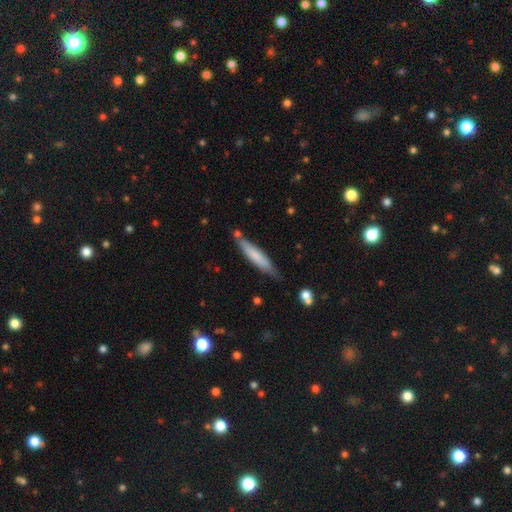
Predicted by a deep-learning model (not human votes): Q: Smooth or featured?
A: smooth (69%); runner-up: featured or disk (25%)
Q: How rounded?
A: cigar-shaped (90%); runner-up: in between (9%)
Q: Merging?
A: none (75%); runner-up: minor disturbance (17%)